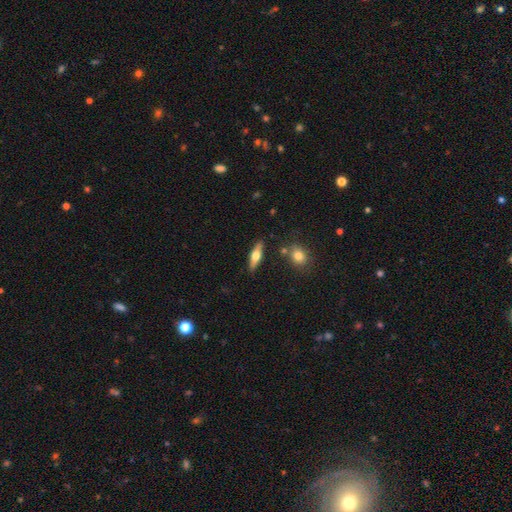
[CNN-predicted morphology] smooth_or_featured: featured or disk (p=0.47) [tied with: smooth p=0.47]
merging: none (p=0.85) [alt: minor disturbance p=0.09]